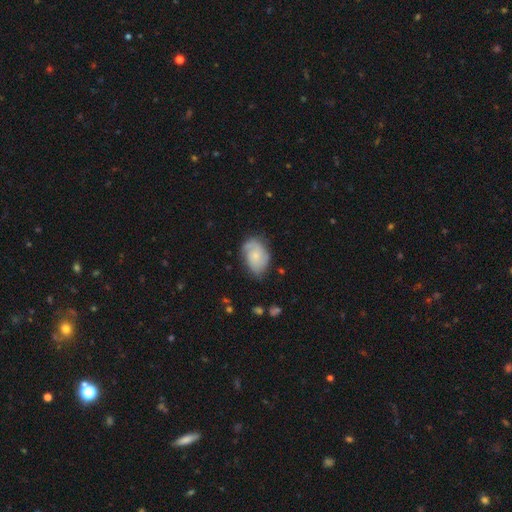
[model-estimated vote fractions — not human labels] Morphology: type=smooth (47%); merging=none (61%).